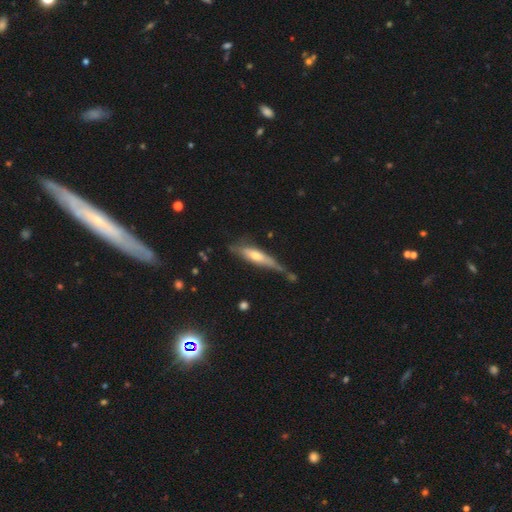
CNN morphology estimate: Smooth or featured? featured or disk (48%)
Merging? none (49%)